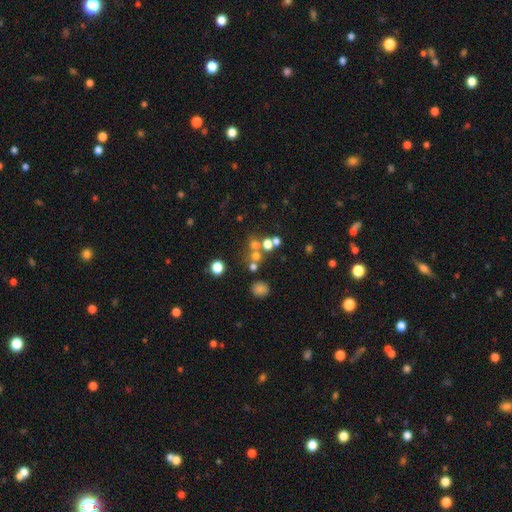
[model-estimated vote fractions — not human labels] The model was most divided on "merging": none: 46%, merger: 39%, minor disturbance: 8%, major disturbance: 7%. More confident: how rounded — round (80%); smooth or featured — smooth (53%).